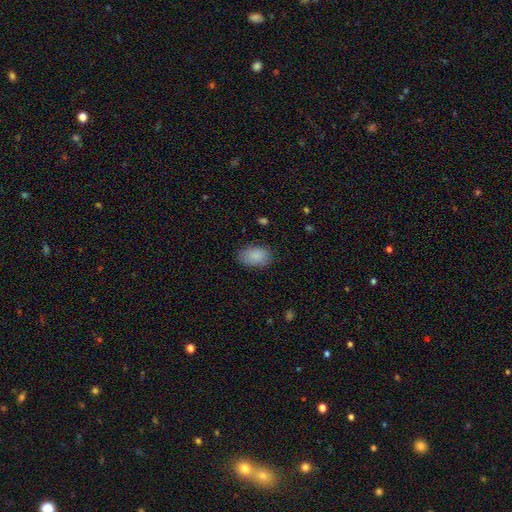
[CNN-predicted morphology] Overall: smooth (88%). How rounded: in between (90%). Merging: none (81%).